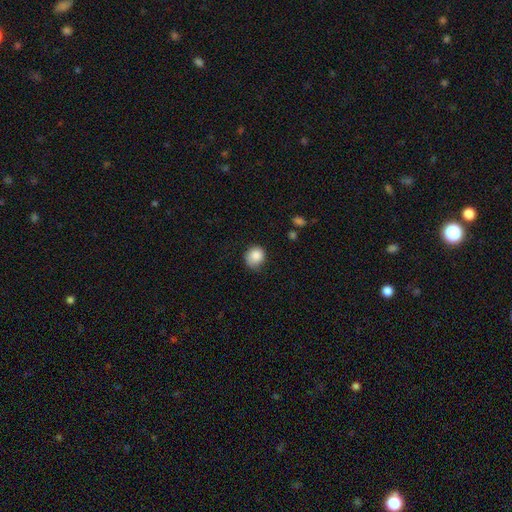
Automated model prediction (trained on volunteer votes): Smooth or featured: smooth — 86% (star or artifact — 9%)
How rounded: round — 80% (in between — 19%)
Merging: none — 67% (minor disturbance — 26%)